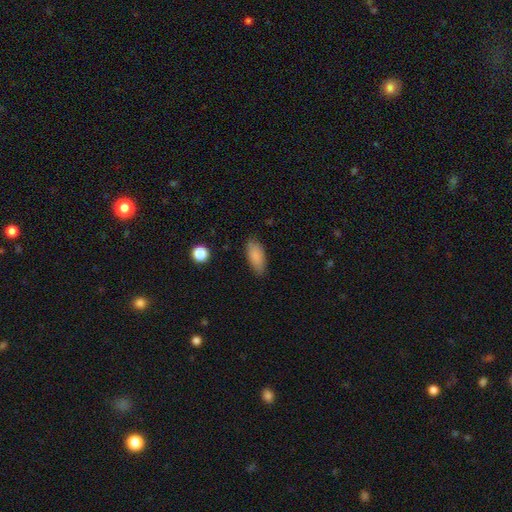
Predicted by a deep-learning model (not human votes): Q: Smooth or featured?
A: smooth (86%); runner-up: featured or disk (7%)
Q: How rounded?
A: in between (84%); runner-up: cigar-shaped (14%)
Q: Merging?
A: none (82%); runner-up: minor disturbance (14%)